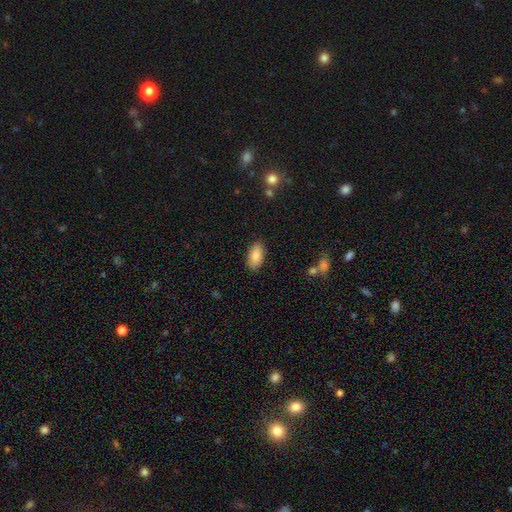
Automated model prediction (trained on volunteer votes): Morphology: type=smooth (83%); roundness=in between (92%); merging=none (87%).